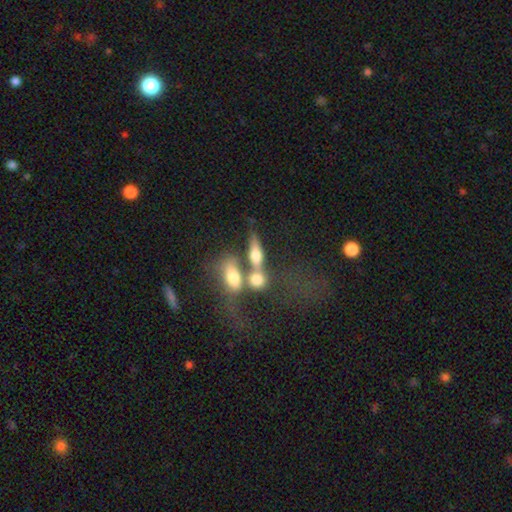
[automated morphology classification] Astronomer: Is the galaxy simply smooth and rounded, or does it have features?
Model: smooth — 56% (runner-up: featured or disk, 34%).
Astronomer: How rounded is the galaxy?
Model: in between — 54%.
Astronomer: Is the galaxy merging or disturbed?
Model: merger — 56%.